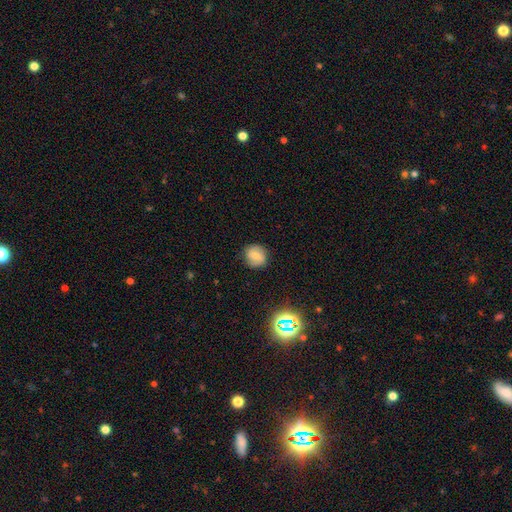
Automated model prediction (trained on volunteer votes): This is likely a smooth galaxy (66%). How rounded: clearly round (86%). Merging: clearly none (85%).